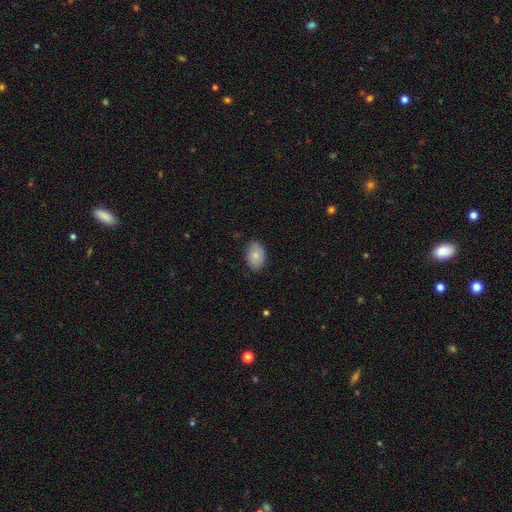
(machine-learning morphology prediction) This appears to be a smooth galaxy with no disk features (78%) that is in between round and cigar-shaped (87%). Merging: none (79%).